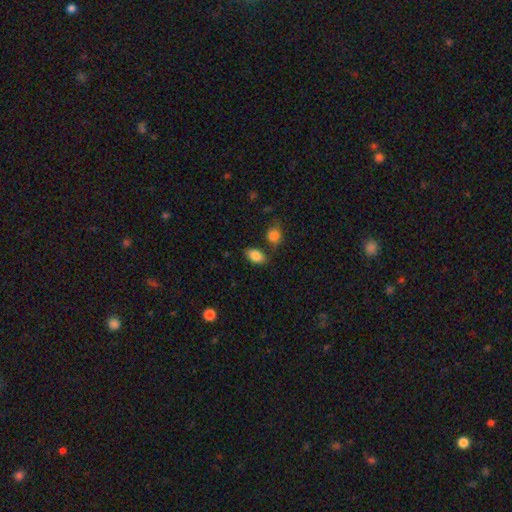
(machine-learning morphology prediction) Q: Smooth or featured?
A: smooth (86%); runner-up: star or artifact (8%)
Q: How rounded?
A: in between (89%); runner-up: round (9%)
Q: Merging?
A: none (73%); runner-up: minor disturbance (14%)